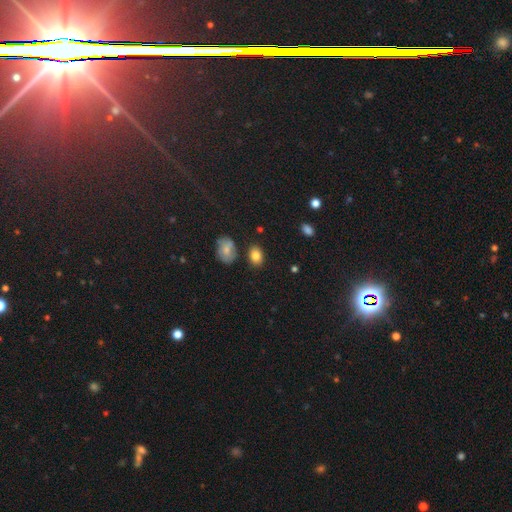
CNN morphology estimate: This appears to be a smooth galaxy with no disk features (83%) that is in between round and cigar-shaped (70%). Merging: none (80%).